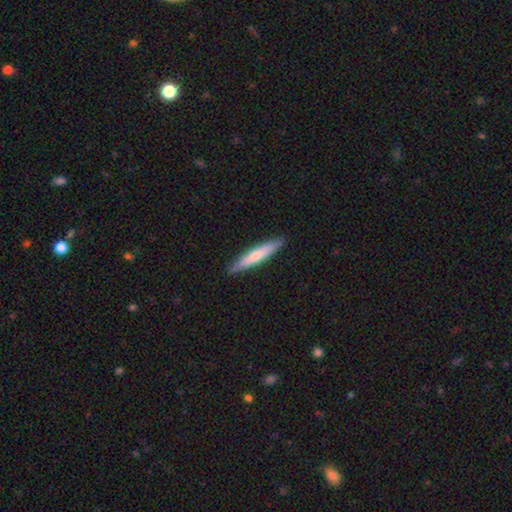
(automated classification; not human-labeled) Smooth or featured? smooth (61%)
How rounded? cigar-shaped (92%)
Merging? none (89%)